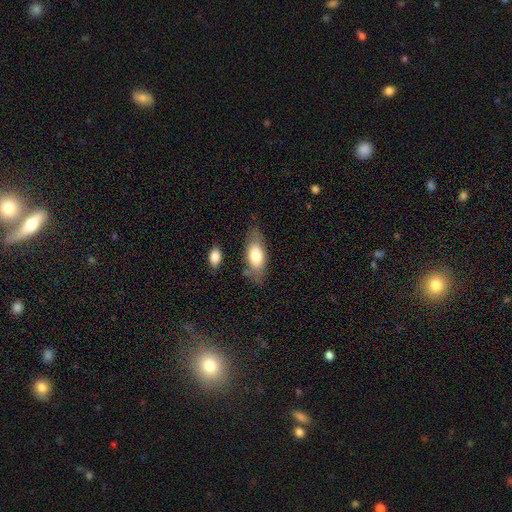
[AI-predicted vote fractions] Smooth or featured? Predicted: smooth (p=0.72). How rounded? Predicted: in between (p=0.82). Merging? Predicted: none (p=0.72).